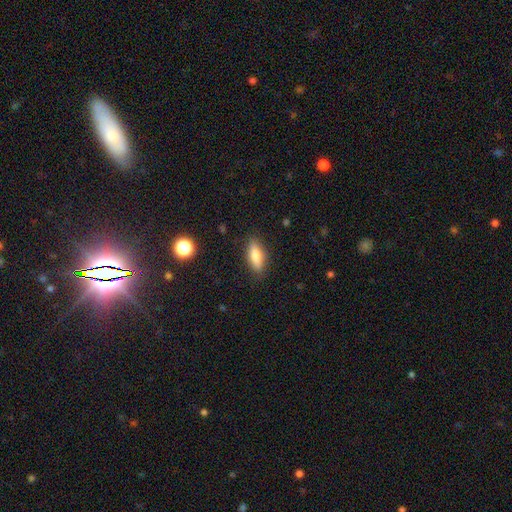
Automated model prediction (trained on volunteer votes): Smooth or featured? Predicted: smooth (p=0.70). How rounded? Predicted: in between (p=0.61). Merging? Predicted: none (p=0.86).